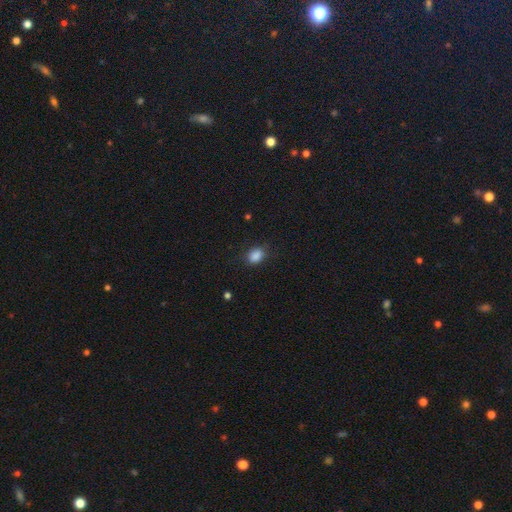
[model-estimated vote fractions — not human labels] This is clearly a smooth galaxy (87%). How rounded: likely in between (70%). Merging: clearly none (81%).